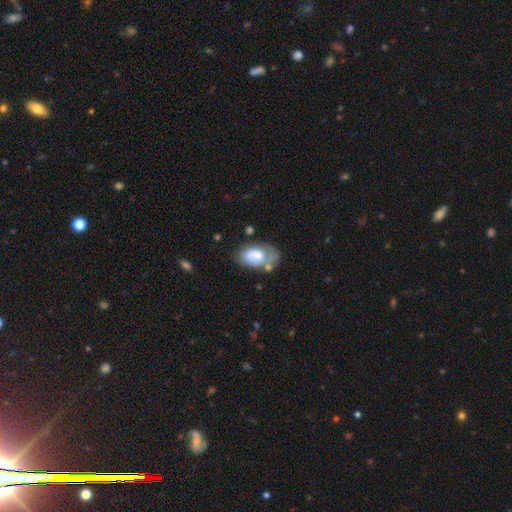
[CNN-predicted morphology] A smooth galaxy with no disk features (68%) that is in between round and cigar-shaped (91%). Merging: none (47%).